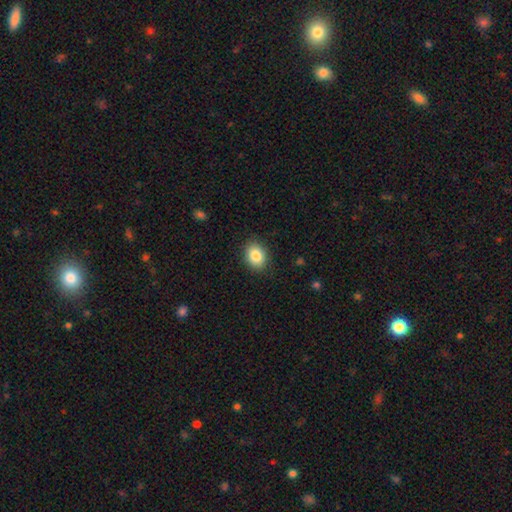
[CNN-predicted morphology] This is clearly a smooth galaxy (86%). How rounded: likely in between (66%). Merging: clearly none (87%).